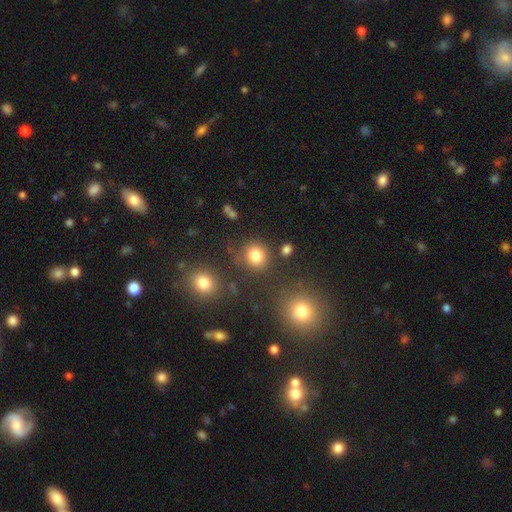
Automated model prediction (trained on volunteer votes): Smooth or featured: smooth — 81% (star or artifact — 13%)
How rounded: round — 82% (in between — 17%)
Merging: none — 77% (minor disturbance — 11%)